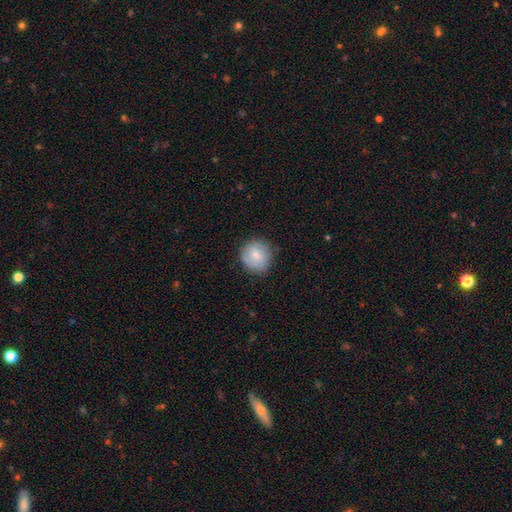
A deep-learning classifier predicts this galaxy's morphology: smooth-or-featured: smooth: 77% | featured or disk: 16% | star or artifact: 7%
  how-rounded: round: 89% | in between: 10% | cigar-shaped: 1%
  merging: none: 82% | minor disturbance: 14% | major disturbance: 3% | merger: 1%